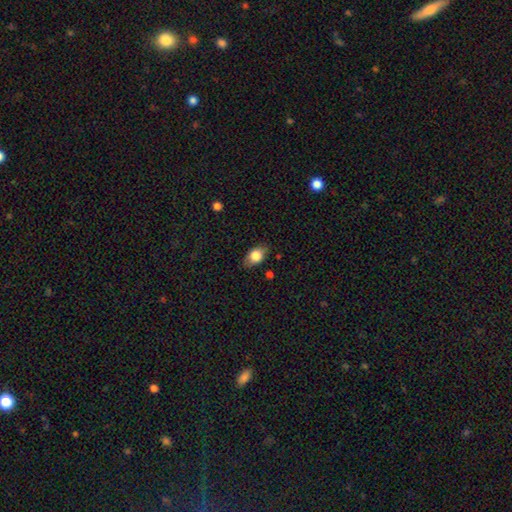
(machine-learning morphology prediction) The model was most divided on "smooth or featured": smooth: 79%, featured or disk: 13%, star or artifact: 8%. More confident: how rounded — in between (84%); merging — none (81%).